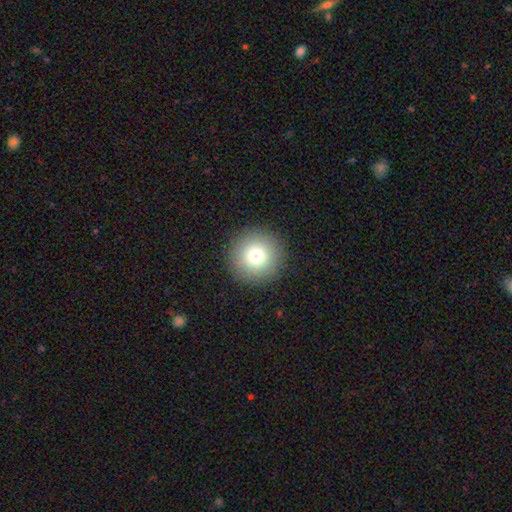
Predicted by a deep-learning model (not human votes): smooth 77%, star or artifact 12%, featured or disk 11%. Down the decision tree: how rounded — round (96%); merging — none (91%).